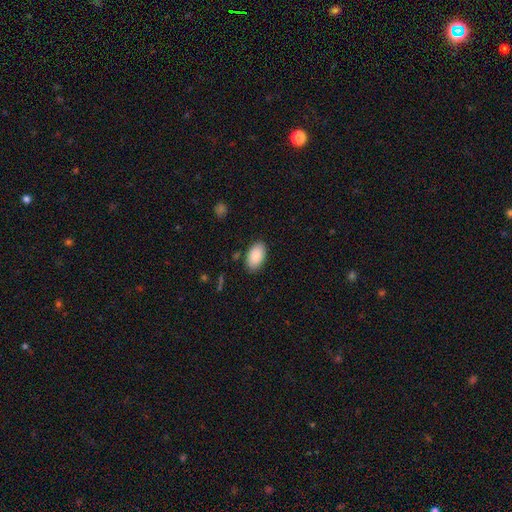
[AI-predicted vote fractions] The model was most divided on "smooth or featured": smooth: 84%, featured or disk: 9%, star or artifact: 7%. More confident: how rounded — in between (94%); merging — none (86%).